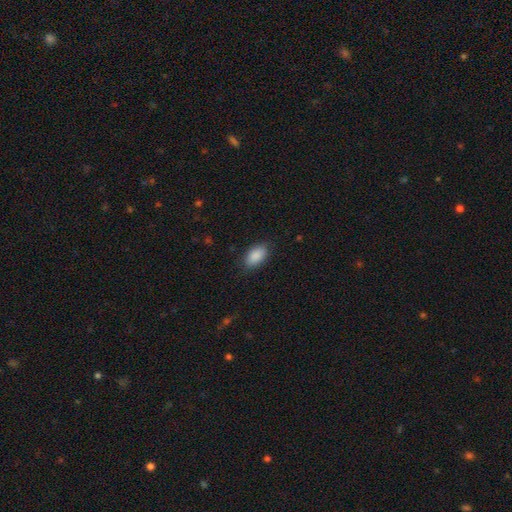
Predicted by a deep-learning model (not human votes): A smooth galaxy with no disk features (89%) that is in between round and cigar-shaped (93%). Merging: none (83%).